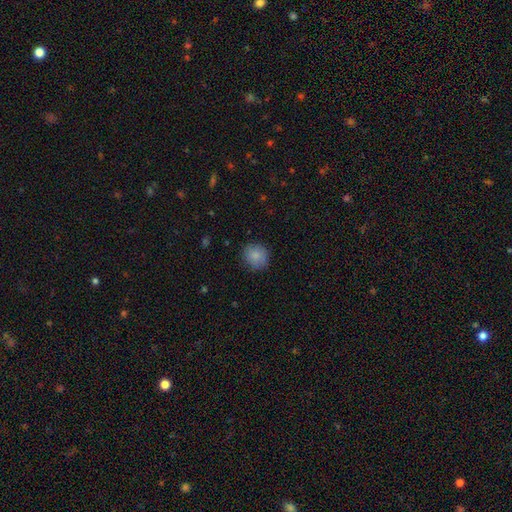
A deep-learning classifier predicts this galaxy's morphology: Smooth or featured? Predicted: smooth (p=0.86). How rounded? Predicted: round (p=0.86). Merging? Predicted: none (p=0.84).